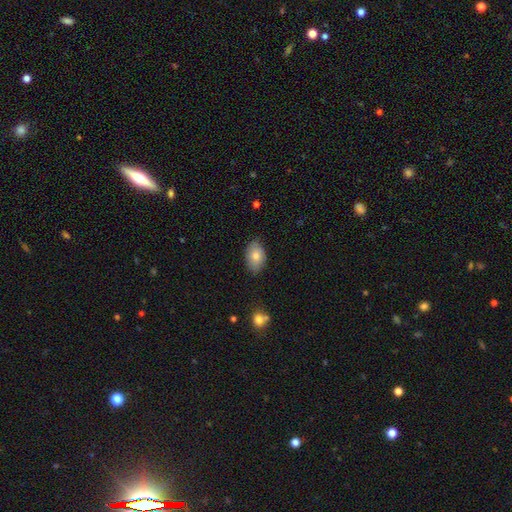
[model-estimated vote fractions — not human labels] A smooth galaxy with no disk features (79%) that is in between round and cigar-shaped (87%). Merging: none (81%).